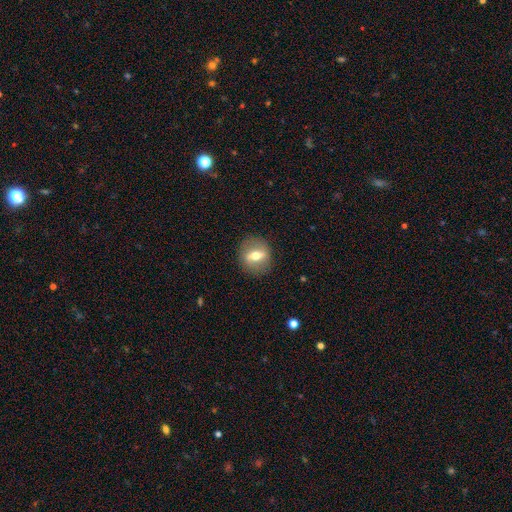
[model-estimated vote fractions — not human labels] Smooth or featured?
  - featured or disk: 47% *
  - smooth: 44%
  - star or artifact: 9%
Merging?
  - none: 87% *
  - minor disturbance: 9%
  - major disturbance: 3%
  - merger: 1%